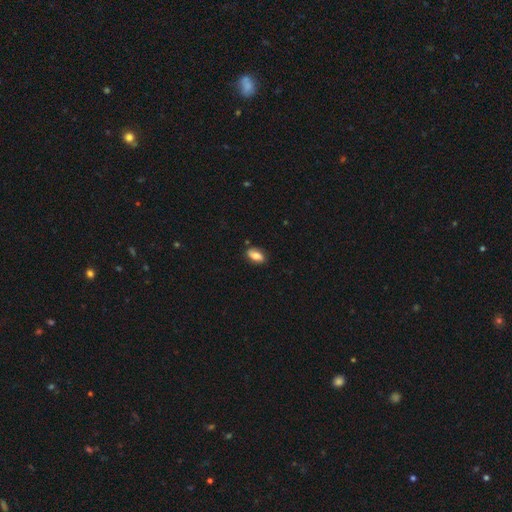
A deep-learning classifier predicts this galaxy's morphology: smooth_or_featured: smooth (p=0.69) [alt: featured or disk p=0.23]
how_rounded: in between (p=0.88) [alt: cigar-shaped p=0.06]
merging: none (p=0.80) [alt: minor disturbance p=0.15]